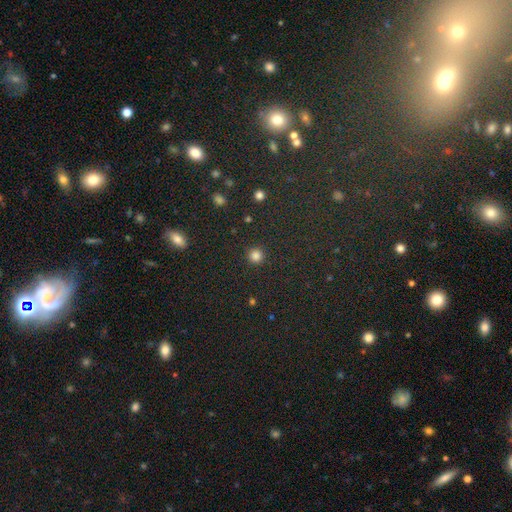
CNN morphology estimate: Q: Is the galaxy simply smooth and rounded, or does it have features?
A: smooth — 84%.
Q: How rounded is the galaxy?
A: round — 95%.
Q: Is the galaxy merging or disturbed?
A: none — 91%.